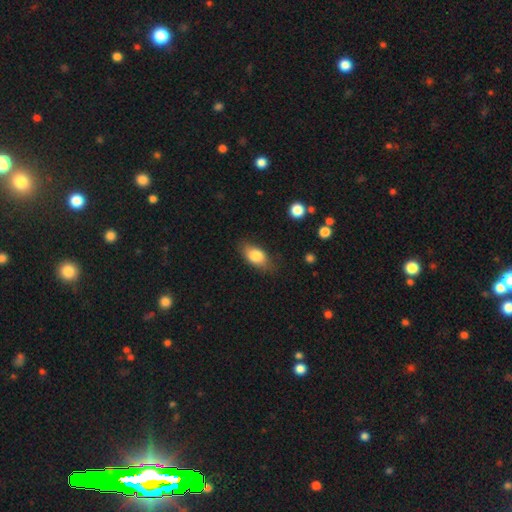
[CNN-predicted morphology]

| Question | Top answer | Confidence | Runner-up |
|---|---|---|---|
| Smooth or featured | smooth | 81% | featured or disk (12%) |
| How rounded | in between | 88% | round (7%) |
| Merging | none | 76% | minor disturbance (19%) |